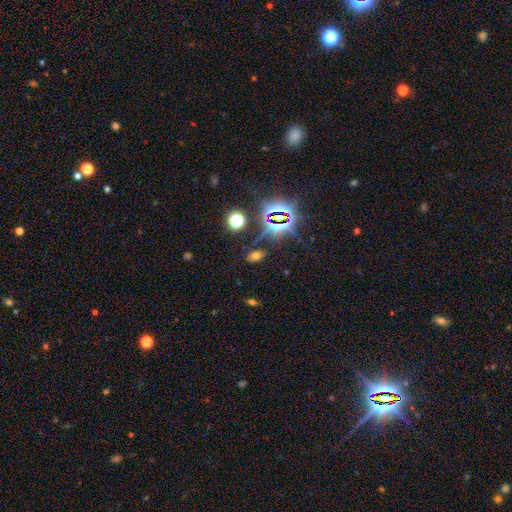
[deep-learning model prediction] Morphology: type=smooth (49%); merging=none (80%).